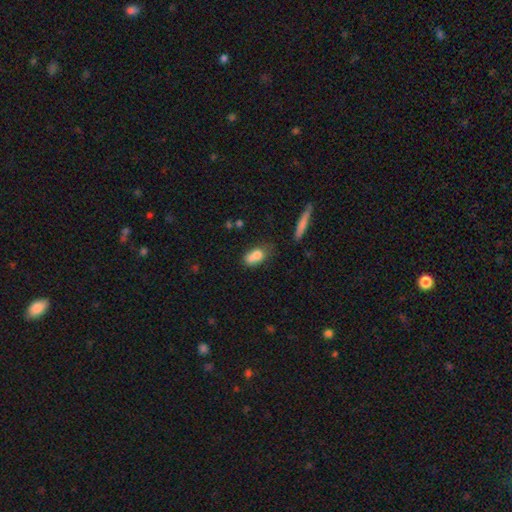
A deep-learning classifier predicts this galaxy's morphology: The model was most divided on "merging": merger: 44%, none: 33%, minor disturbance: 16%, major disturbance: 7%. More confident: smooth or featured — smooth (72%); how rounded — in between (71%).